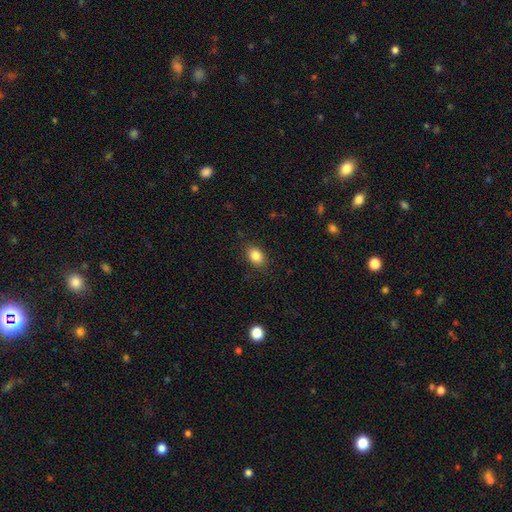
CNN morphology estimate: smooth_or_featured: smooth (p=0.85) [alt: star or artifact p=0.09]
how_rounded: in between (p=0.72) [alt: round p=0.26]
merging: none (p=0.86) [alt: minor disturbance p=0.10]